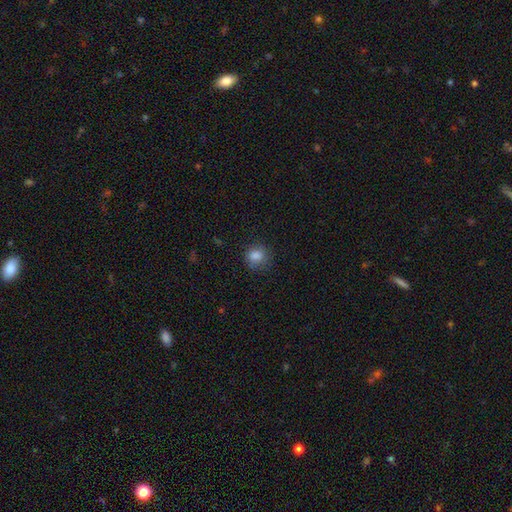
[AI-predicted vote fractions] Smooth or featured: smooth — 84% (star or artifact — 10%)
How rounded: round — 79% (in between — 20%)
Merging: none — 76% (minor disturbance — 17%)